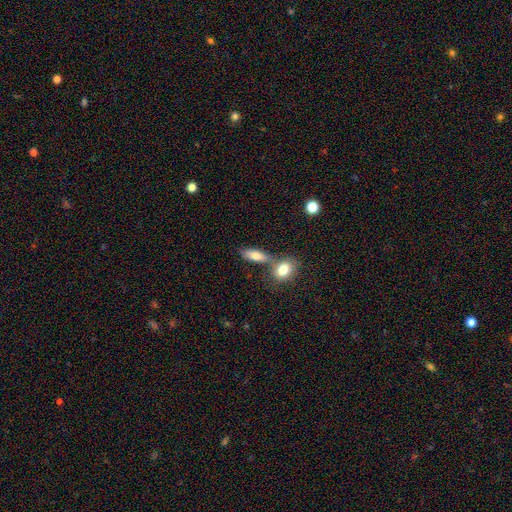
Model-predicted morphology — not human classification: Smooth or featured?
  - smooth: 75% *
  - featured or disk: 16%
  - star or artifact: 8%
How rounded?
  - in between: 72% *
  - cigar-shaped: 21%
  - round: 7%
Merging?
  - none: 47% *
  - merger: 37%
  - minor disturbance: 11%
  - major disturbance: 4%